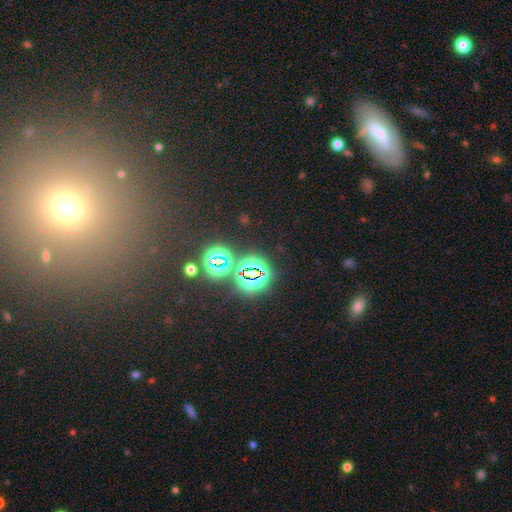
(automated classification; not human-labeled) Smooth or featured? Predicted: star or artifact (p=0.61).